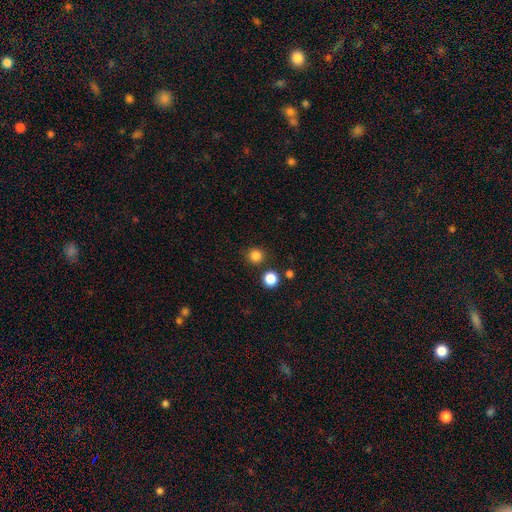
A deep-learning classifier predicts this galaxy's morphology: Q: Smooth or featured?
A: smooth (84%); runner-up: star or artifact (13%)
Q: How rounded?
A: round (94%); runner-up: in between (5%)
Q: Merging?
A: none (87%); runner-up: minor disturbance (6%)